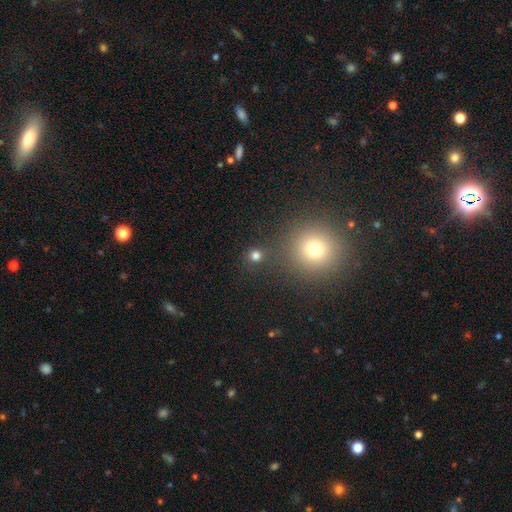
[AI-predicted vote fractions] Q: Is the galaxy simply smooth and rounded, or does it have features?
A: smooth — 75%.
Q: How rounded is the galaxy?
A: round — 89%.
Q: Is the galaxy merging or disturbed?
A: none — 76%.